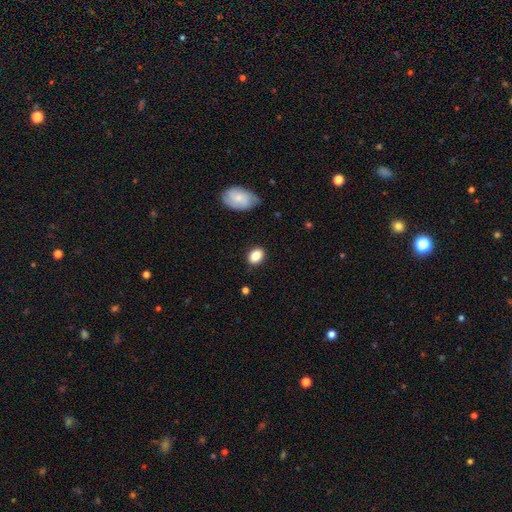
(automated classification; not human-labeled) Smooth or featured? smooth (84%)
How rounded? in between (71%)
Merging? none (83%)